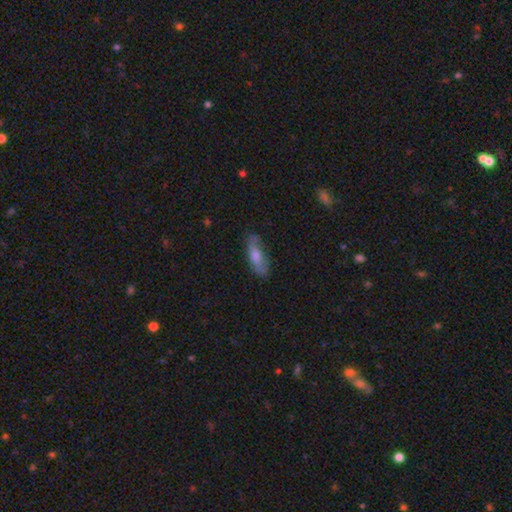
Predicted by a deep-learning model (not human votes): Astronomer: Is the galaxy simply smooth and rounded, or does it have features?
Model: smooth — 55% (runner-up: featured or disk, 37%).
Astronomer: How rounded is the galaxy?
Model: in between — 54% (runner-up: cigar-shaped, 44%).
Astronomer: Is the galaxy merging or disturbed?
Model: none — 71%.